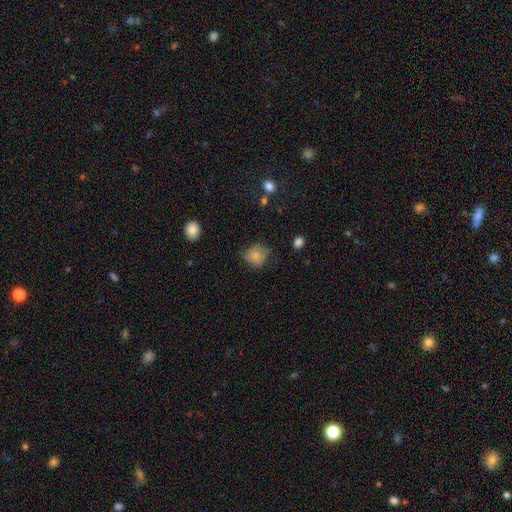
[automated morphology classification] Smooth or featured? smooth (81%)
How rounded? round (74%)
Merging? none (61%)